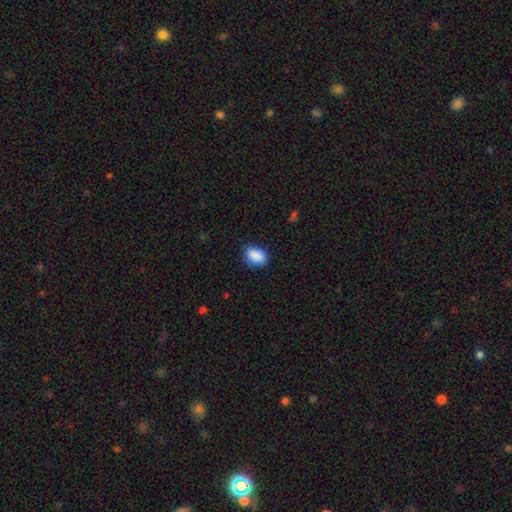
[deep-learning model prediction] This appears to be a smooth galaxy with no disk features (90%) that is in between round and cigar-shaped (88%). Merging: none (80%).